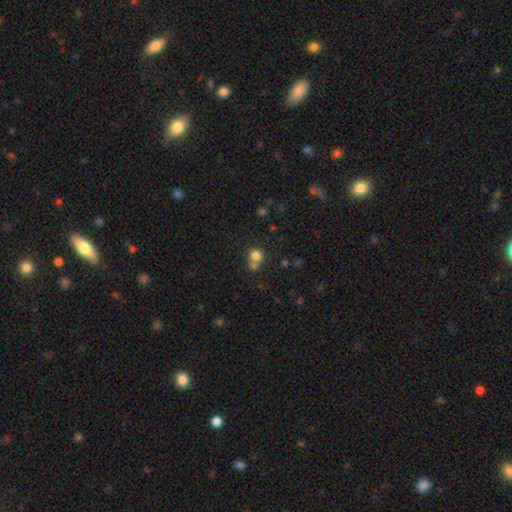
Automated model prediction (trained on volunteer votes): Morphology: type=smooth (79%); roundness=round (86%); merging=none (49%).